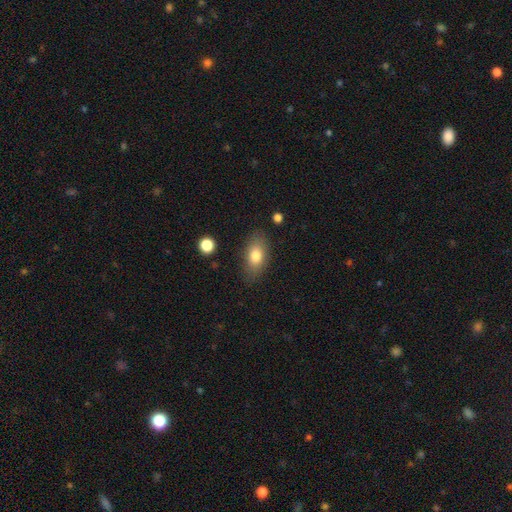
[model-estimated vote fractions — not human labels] A smooth galaxy with no disk features (79%) that is in between round and cigar-shaped (86%).

Vote fractions:
- Smooth or featured? smooth: 79% / featured or disk: 13% / star or artifact: 8%
- How rounded? in between: 86% / round: 8% / cigar-shaped: 6%
- Merging? none: 81% / minor disturbance: 13% / major disturbance: 4% / merger: 2%